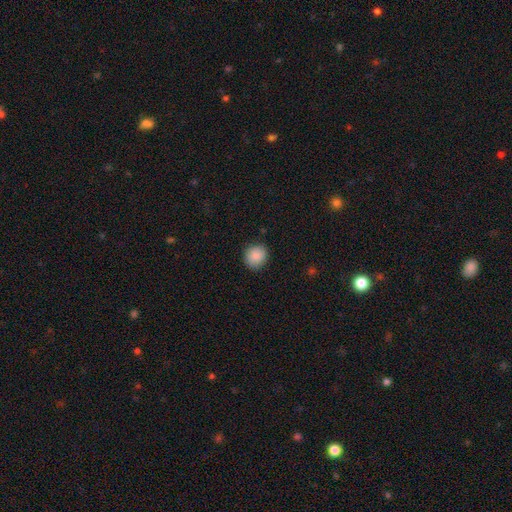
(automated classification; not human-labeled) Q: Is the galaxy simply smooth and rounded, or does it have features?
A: smooth — 88%.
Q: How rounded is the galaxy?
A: round — 88%.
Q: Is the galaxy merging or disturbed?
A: none — 89%.